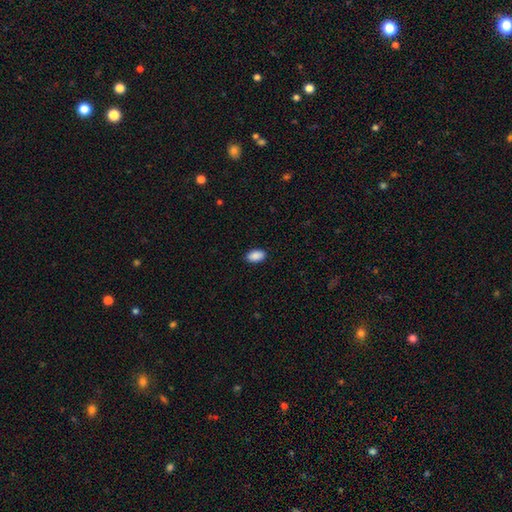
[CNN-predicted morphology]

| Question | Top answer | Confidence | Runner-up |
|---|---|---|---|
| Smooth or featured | smooth | 90% | star or artifact (7%) |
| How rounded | in between | 93% | round (5%) |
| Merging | none | 89% | minor disturbance (8%) |